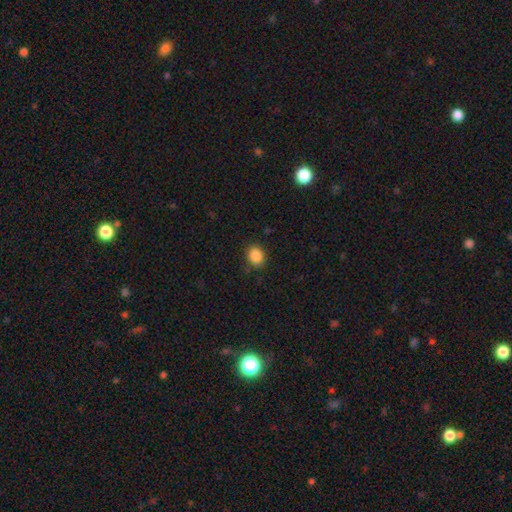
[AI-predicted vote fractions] smooth-or-featured: smooth: 87% | star or artifact: 9% | featured or disk: 4%
  how-rounded: round: 60% | in between: 39% | cigar-shaped: 1%
  merging: none: 86% | minor disturbance: 10% | major disturbance: 3% | merger: 1%